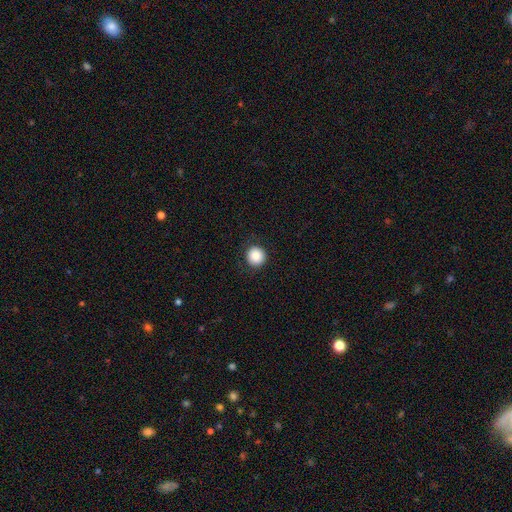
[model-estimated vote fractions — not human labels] Morphology: type=smooth (87%); roundness=round (95%); merging=none (90%).